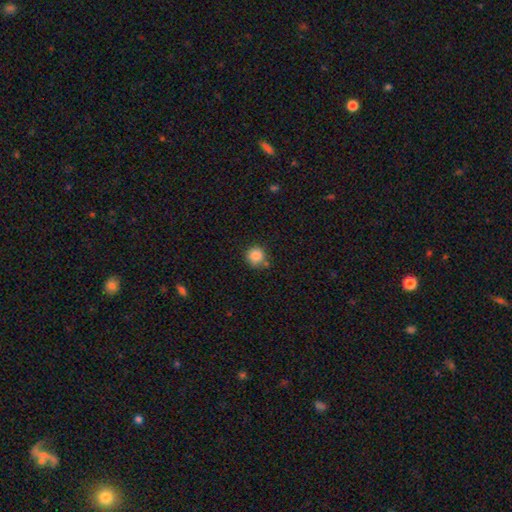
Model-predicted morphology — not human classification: The model was most divided on "merging": none: 78%, minor disturbance: 13%, merger: 6%, major disturbance: 3%. More confident: how rounded — round (93%); smooth or featured — smooth (86%).